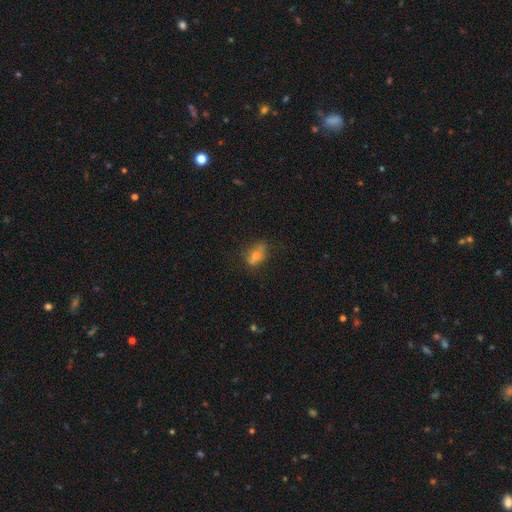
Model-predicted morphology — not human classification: Smooth or featured? Predicted: smooth (p=0.60). How rounded? Predicted: in between (p=0.74). Merging? Predicted: none (p=0.65).